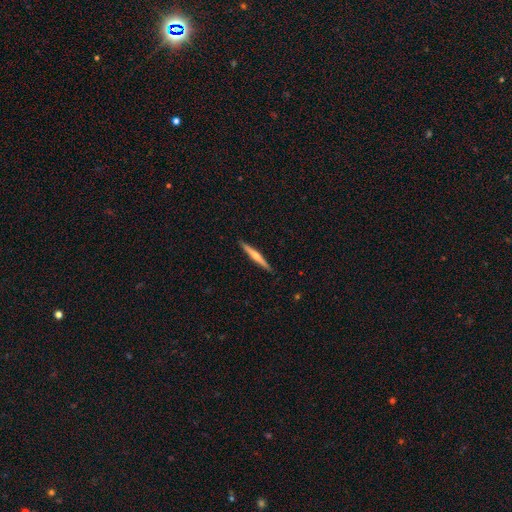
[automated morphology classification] A featured or disk galaxy (56%) viewed edge-on (98%) with a rounded central bulge (68%).

Vote fractions:
- Smooth or featured? featured or disk: 56% / smooth: 38% / star or artifact: 5%
- Edge-on disk? yes: 98% / no: 2%
- Edge-on bulge? rounded: 68% / none: 23% / boxy: 9%
- Merging? none: 92% / minor disturbance: 6% / major disturbance: 1% / merger: 1%